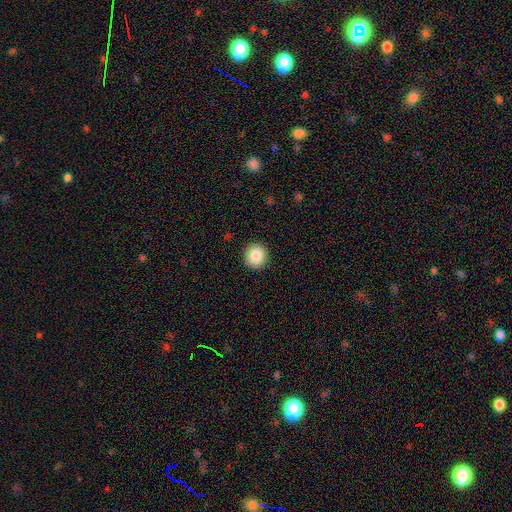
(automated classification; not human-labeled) A smooth galaxy with no disk features (86%) that is round (94%). Merging: none (92%).